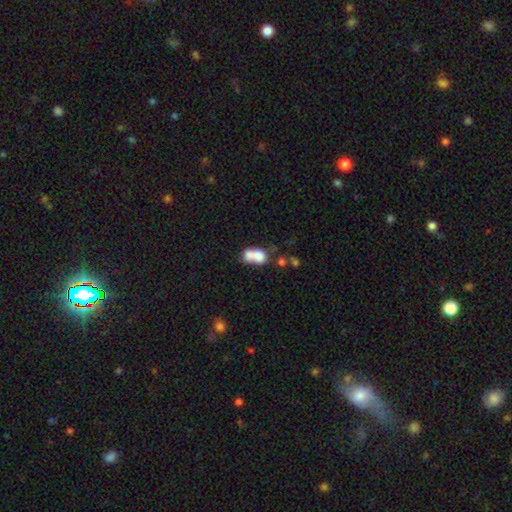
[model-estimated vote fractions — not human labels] Smooth or featured?
  - smooth: 71% *
  - featured or disk: 19%
  - star or artifact: 10%
How rounded?
  - in between: 79% *
  - round: 18%
  - cigar-shaped: 3%
Merging?
  - merger: 57% *
  - none: 21%
  - minor disturbance: 12%
  - major disturbance: 10%